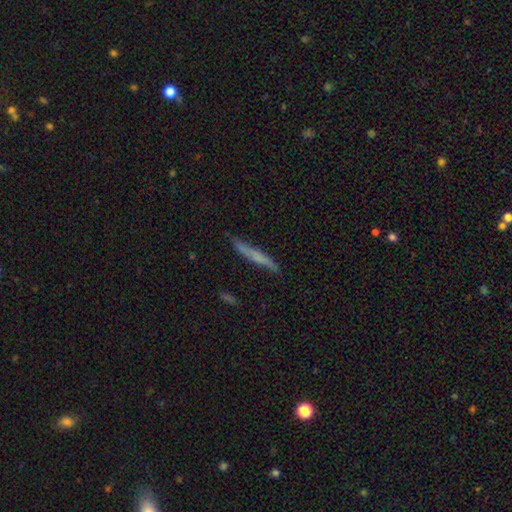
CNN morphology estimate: Smooth or featured?
  - smooth: 54% *
  - featured or disk: 38%
  - star or artifact: 7%
How rounded?
  - cigar-shaped: 95% *
  - in between: 3%
  - round: 2%
Merging?
  - none: 81% *
  - minor disturbance: 14%
  - major disturbance: 3%
  - merger: 2%